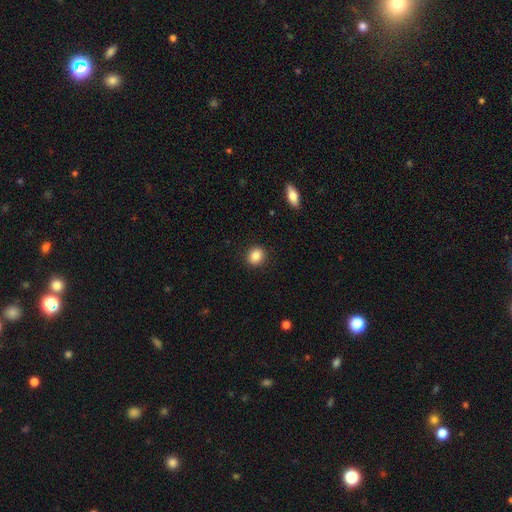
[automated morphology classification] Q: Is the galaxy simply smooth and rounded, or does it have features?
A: smooth — 86%.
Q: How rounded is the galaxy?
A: round — 72%.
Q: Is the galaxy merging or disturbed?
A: none — 91%.